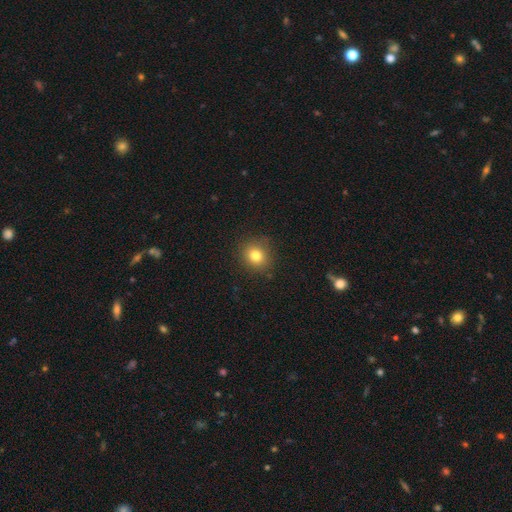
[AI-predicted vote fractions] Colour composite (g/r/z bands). It shows a smooth galaxy with no disk features (80%) that is round (82%). Merging: none (87%).